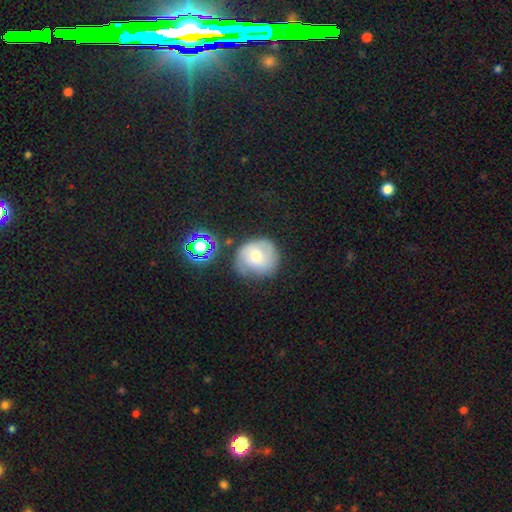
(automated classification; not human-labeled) The model was most divided on "smooth or featured": smooth: 52%, featured or disk: 37%, star or artifact: 11%. More confident: how rounded — round (85%); merging — none (56%).